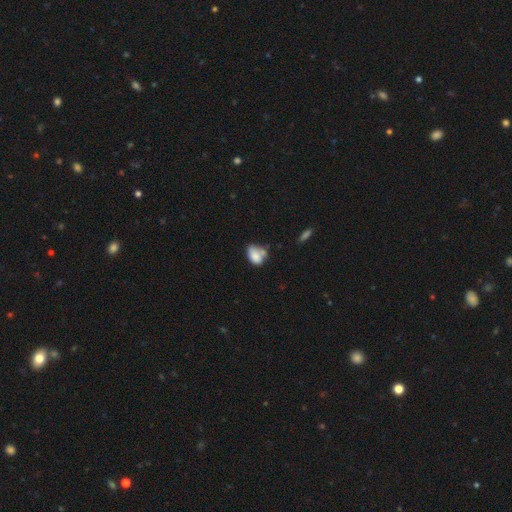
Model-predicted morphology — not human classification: Q: Smooth or featured?
A: smooth (80%); runner-up: featured or disk (11%)
Q: How rounded?
A: in between (81%); runner-up: round (17%)
Q: Merging?
A: none (38%); runner-up: minor disturbance (29%)